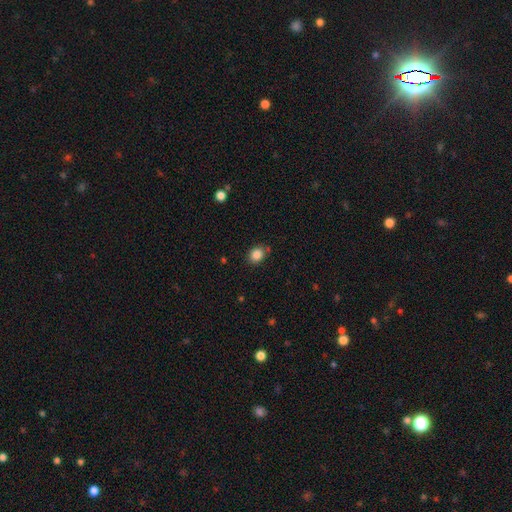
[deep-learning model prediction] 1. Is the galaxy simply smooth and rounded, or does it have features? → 85% smooth, 10% star or artifact, 5% featured or disk.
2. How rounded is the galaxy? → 57% round, 42% in between, 1% cigar-shaped.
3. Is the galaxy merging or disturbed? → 80% none, 13% minor disturbance, 3% merger, 3% major disturbance.